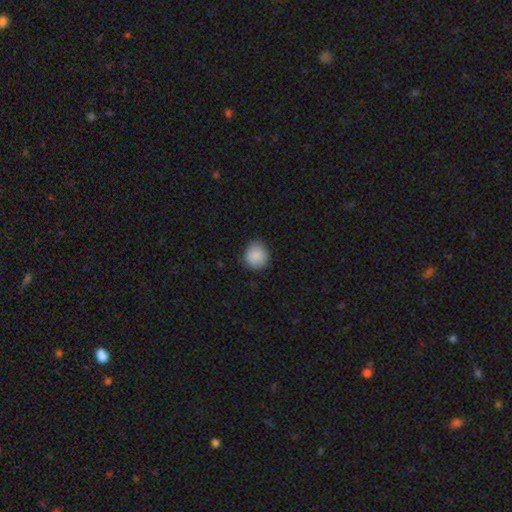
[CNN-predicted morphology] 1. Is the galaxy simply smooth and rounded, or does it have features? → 88% smooth, 8% star or artifact, 5% featured or disk.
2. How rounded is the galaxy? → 85% round, 14% in between, 1% cigar-shaped.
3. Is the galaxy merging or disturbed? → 82% none, 15% minor disturbance, 3% major disturbance, 1% merger.